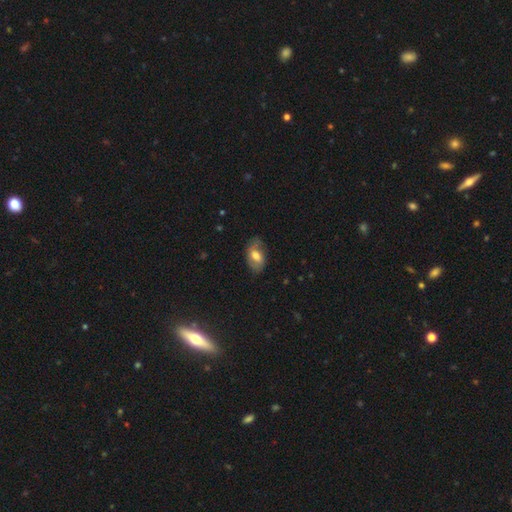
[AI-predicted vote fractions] Morphology: type=smooth (48%); merging=none (66%).